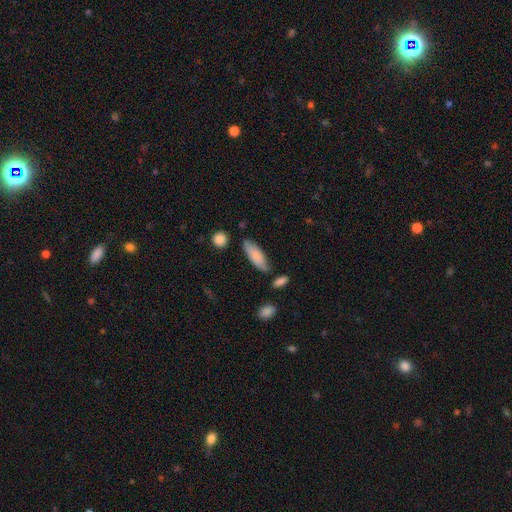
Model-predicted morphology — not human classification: Q: Smooth or featured?
A: smooth (81%); runner-up: featured or disk (13%)
Q: How rounded?
A: in between (62%); runner-up: cigar-shaped (36%)
Q: Merging?
A: none (70%); runner-up: minor disturbance (20%)